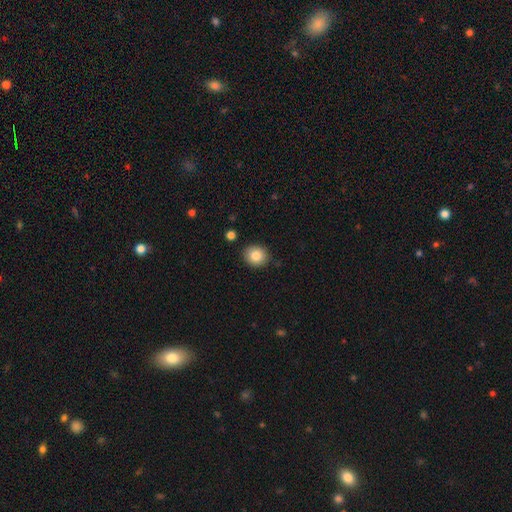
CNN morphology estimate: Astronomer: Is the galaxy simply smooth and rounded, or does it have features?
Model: smooth — 83%.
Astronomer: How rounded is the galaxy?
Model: round — 78%.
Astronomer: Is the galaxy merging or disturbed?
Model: none — 88%.